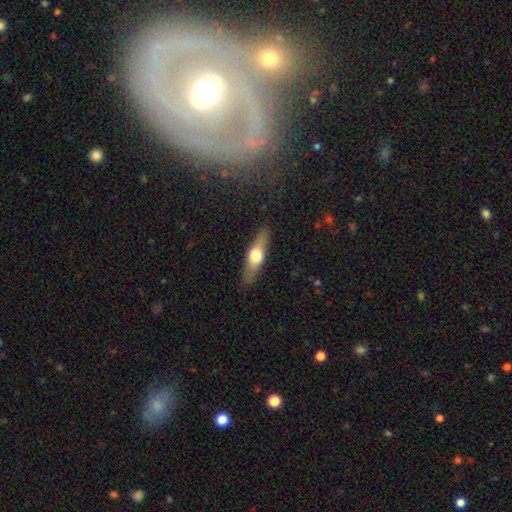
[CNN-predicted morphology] Q: Smooth or featured?
A: featured or disk (47%); tied with: smooth (47%)
Q: Merging?
A: none (87%); runner-up: minor disturbance (9%)